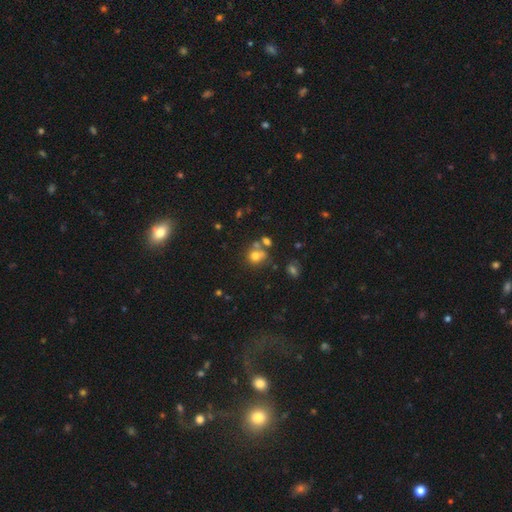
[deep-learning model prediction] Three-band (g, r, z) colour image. It shows a smooth galaxy with no disk features (70%) that is round (76%). Merging: none (48%).